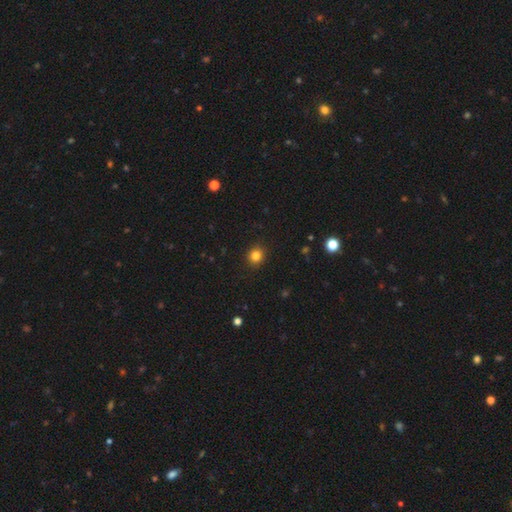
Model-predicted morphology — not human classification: The model was most divided on "smooth or featured": smooth: 82%, star or artifact: 13%, featured or disk: 5%. More confident: merging — none (91%); how rounded — round (88%).